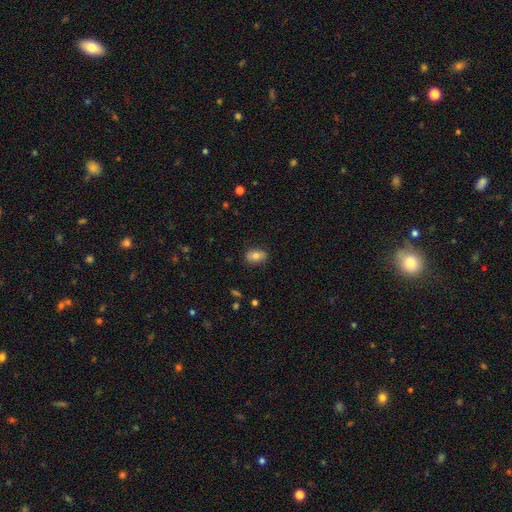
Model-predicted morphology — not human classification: smooth-or-featured: smooth: 76% | featured or disk: 15% | star or artifact: 9%
  how-rounded: in between: 85% | round: 12% | cigar-shaped: 2%
  merging: none: 84% | minor disturbance: 12% | major disturbance: 2% | merger: 1%